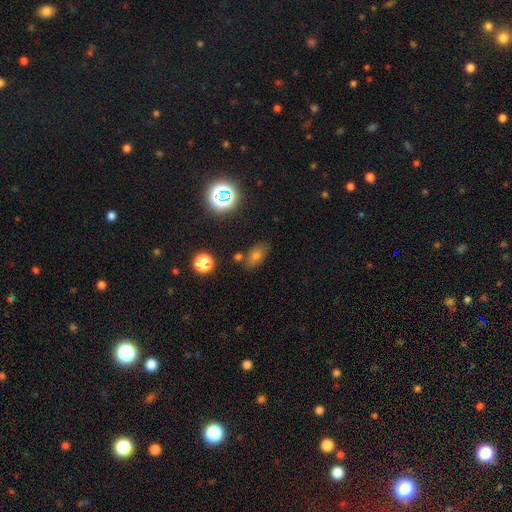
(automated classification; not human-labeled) smooth 61%, star or artifact 25%, featured or disk 14%. Down the decision tree: how rounded — in between (78%); merging — none (74%).